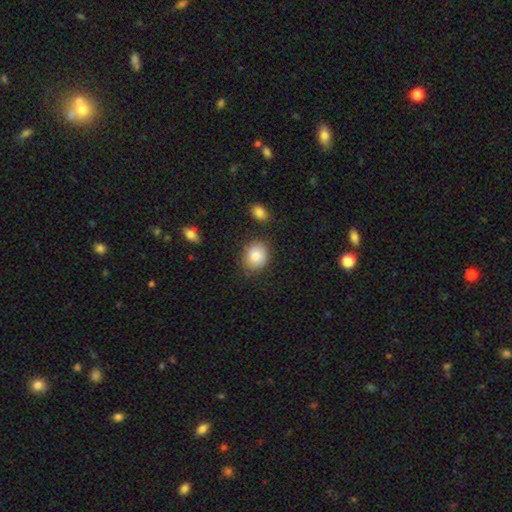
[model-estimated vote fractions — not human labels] The model was most divided on "how rounded": round: 54%, in between: 45%, cigar-shaped: 1%. More confident: smooth or featured — smooth (85%); merging — none (78%).